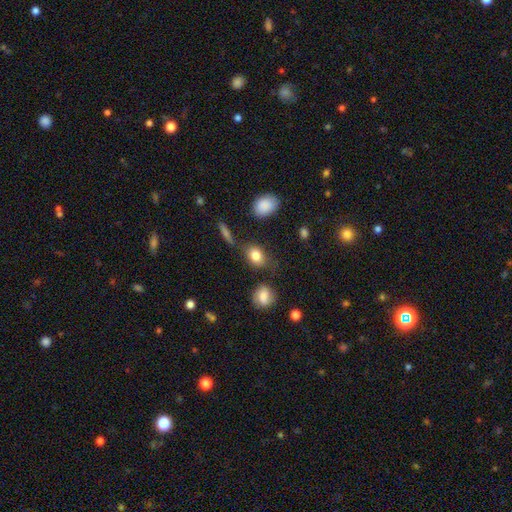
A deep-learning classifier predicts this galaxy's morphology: A smooth galaxy with no disk features (82%) that is in between round and cigar-shaped (74%). Merging: none (68%).